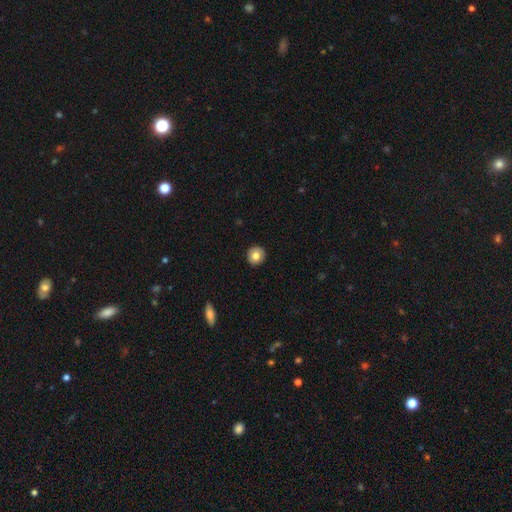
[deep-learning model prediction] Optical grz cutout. It shows a smooth galaxy with no disk features (77%) that is round (91%). Merging: none (90%).